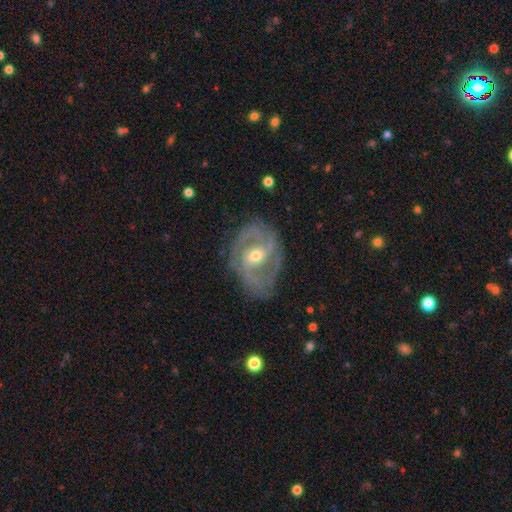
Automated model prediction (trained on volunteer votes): This appears to be a featured or disk galaxy (87%) with a weak bar (45%), 2 (52%) tight (46%) spiral arms (94%) and a moderate central bulge (61%). Merging: none (69%).